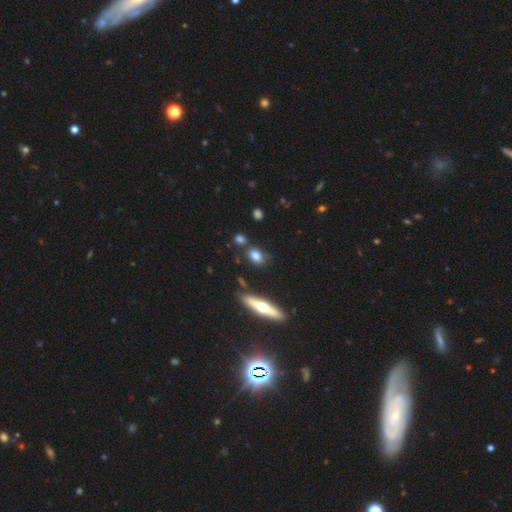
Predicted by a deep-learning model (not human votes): Smooth or featured? smooth (74%)
How rounded? in between (63%)
Merging? none (72%)